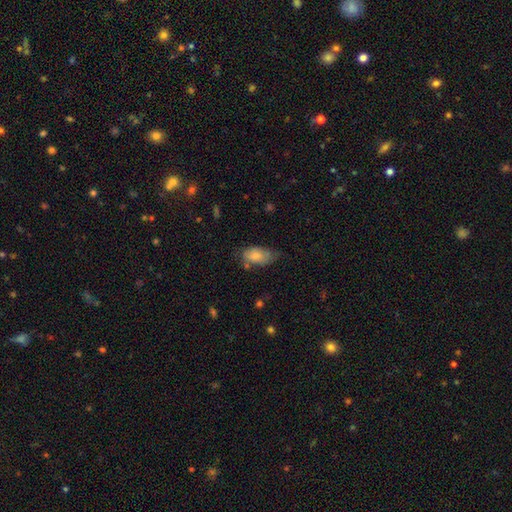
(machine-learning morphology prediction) Overall: smooth (79%). How rounded: in between (93%). Merging: none (47%; minor disturbance 37%).